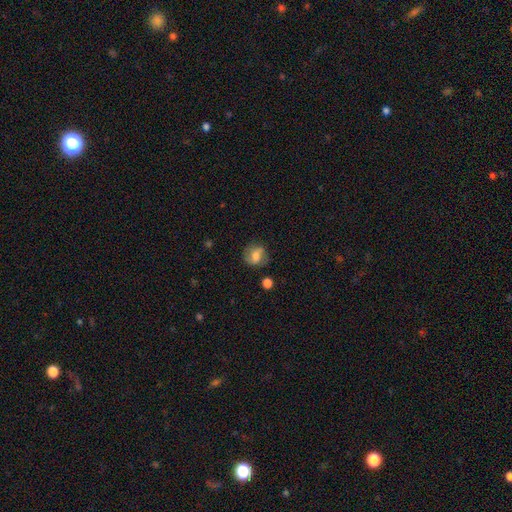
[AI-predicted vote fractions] Smooth or featured: smooth — 58% (featured or disk — 33%)
How rounded: round — 69% (in between — 30%)
Merging: none — 72% (minor disturbance — 18%)